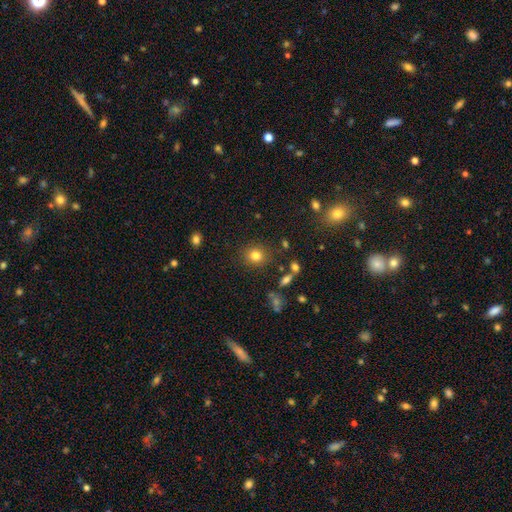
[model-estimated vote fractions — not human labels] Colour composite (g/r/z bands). It shows a smooth galaxy with no disk features (80%) that is round (81%). Merging: none (86%).